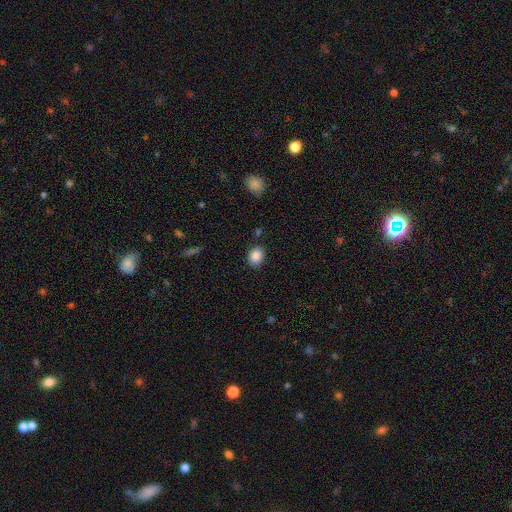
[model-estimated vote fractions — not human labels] The model was most divided on "how rounded": in between: 59%, round: 40%, cigar-shaped: 1%. More confident: smooth or featured — smooth (86%); merging — none (85%).